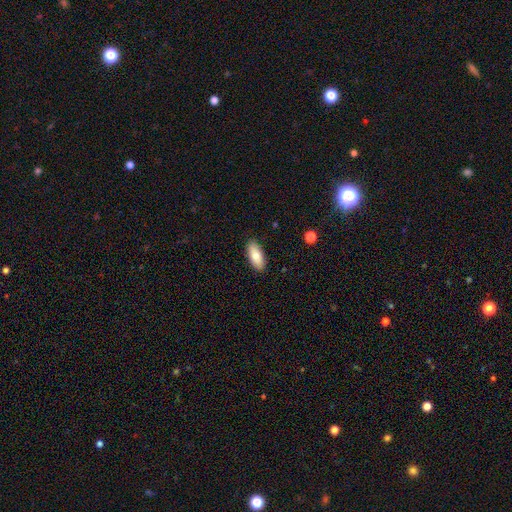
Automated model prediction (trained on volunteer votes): smooth 81%, featured or disk 12%, star or artifact 6%. Down the decision tree: how rounded — in between (84%); merging — none (88%).